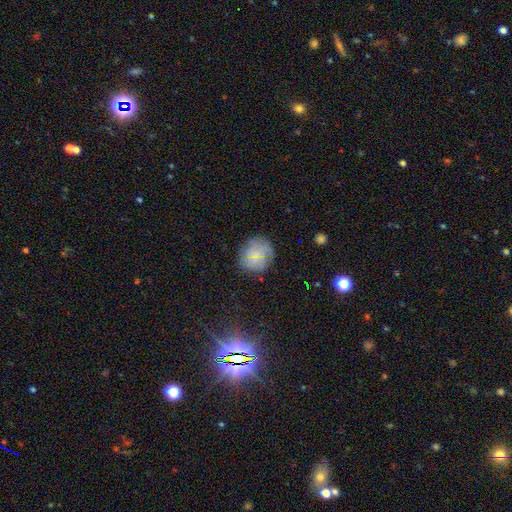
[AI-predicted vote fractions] Smooth or featured?
  - smooth: 67% *
  - featured or disk: 18%
  - star or artifact: 14%
How rounded?
  - round: 80% *
  - in between: 18%
  - cigar-shaped: 1%
Merging?
  - none: 79% *
  - minor disturbance: 14%
  - major disturbance: 5%
  - merger: 2%